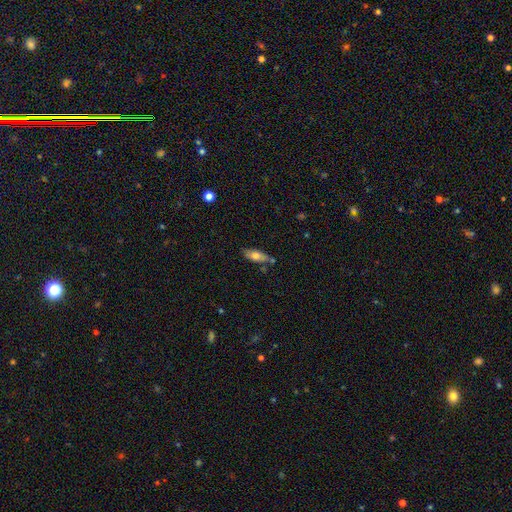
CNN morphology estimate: A smooth galaxy with no disk features (63%) that is in between round and cigar-shaped (68%). Merging: none (65%).